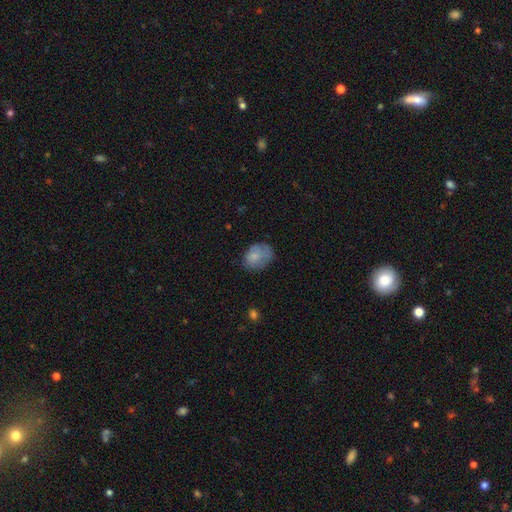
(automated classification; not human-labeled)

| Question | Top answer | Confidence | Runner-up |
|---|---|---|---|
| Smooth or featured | smooth | 77% | featured or disk (15%) |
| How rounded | in between | 61% | round (38%) |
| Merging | none | 57% | minor disturbance (29%) |